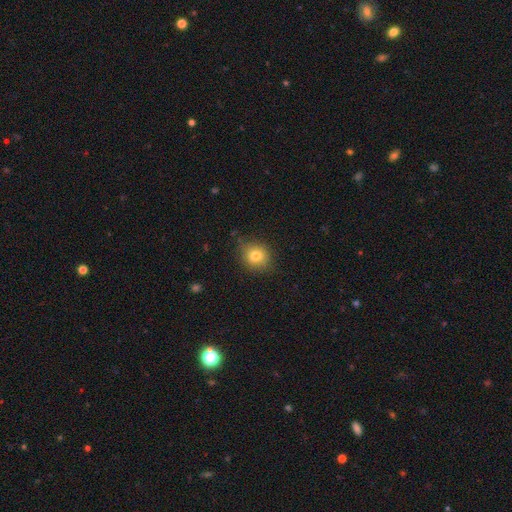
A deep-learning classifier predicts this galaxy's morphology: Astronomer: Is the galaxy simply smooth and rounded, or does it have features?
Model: smooth — 80%.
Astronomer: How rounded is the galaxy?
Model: round — 76%.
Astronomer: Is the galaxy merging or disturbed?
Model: none — 79%.